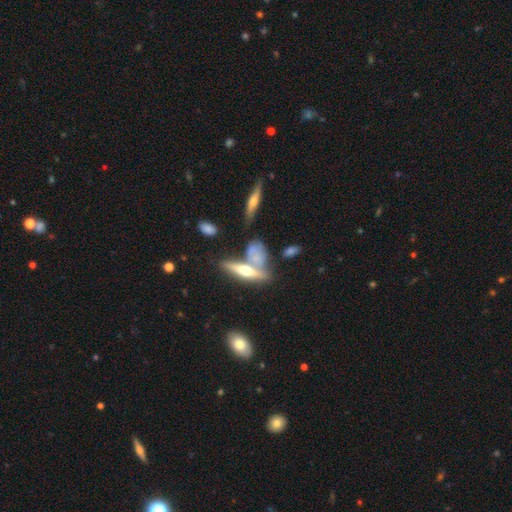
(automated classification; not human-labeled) Smooth or featured? featured or disk (49%)
Merging? none (42%)